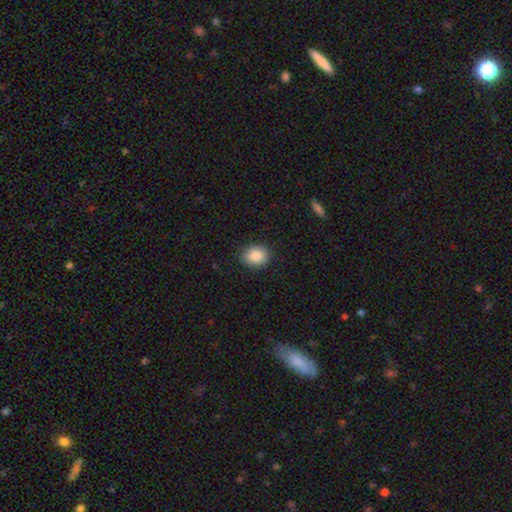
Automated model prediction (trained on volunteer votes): Q: Smooth or featured?
A: smooth (87%); runner-up: star or artifact (8%)
Q: How rounded?
A: round (52%); runner-up: in between (47%)
Q: Merging?
A: none (87%); runner-up: minor disturbance (9%)